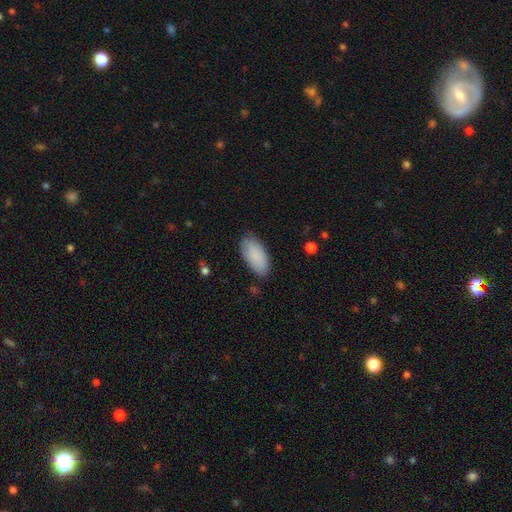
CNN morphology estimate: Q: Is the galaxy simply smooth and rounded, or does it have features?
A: smooth — 88%.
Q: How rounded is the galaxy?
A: in between — 94%.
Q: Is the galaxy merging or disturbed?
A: none — 83%.